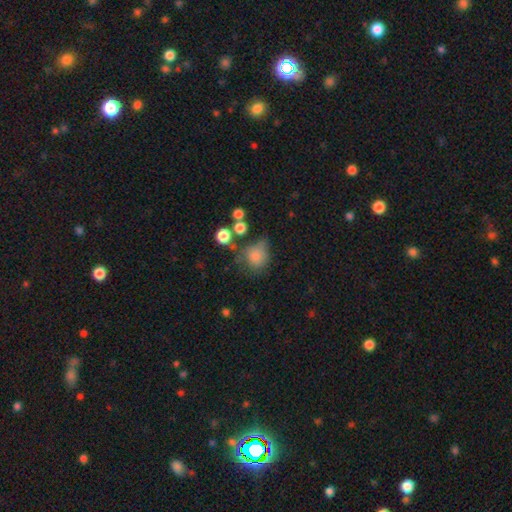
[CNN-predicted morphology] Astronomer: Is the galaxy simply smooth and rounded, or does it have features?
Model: smooth — 77%.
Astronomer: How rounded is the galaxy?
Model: round — 73%.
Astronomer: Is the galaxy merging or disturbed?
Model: none — 46% (runner-up: minor disturbance, 27%).